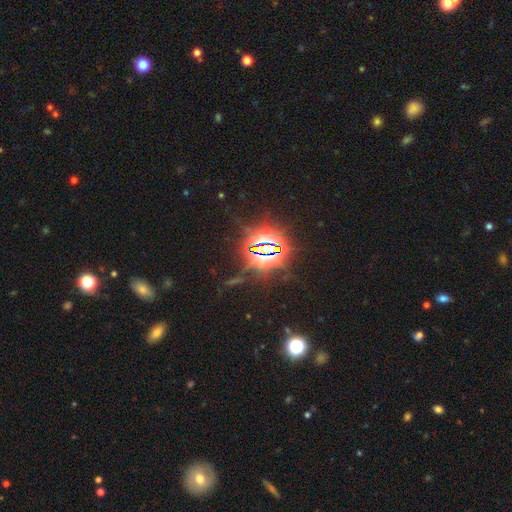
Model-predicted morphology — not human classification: Smooth or featured? star or artifact (83%)